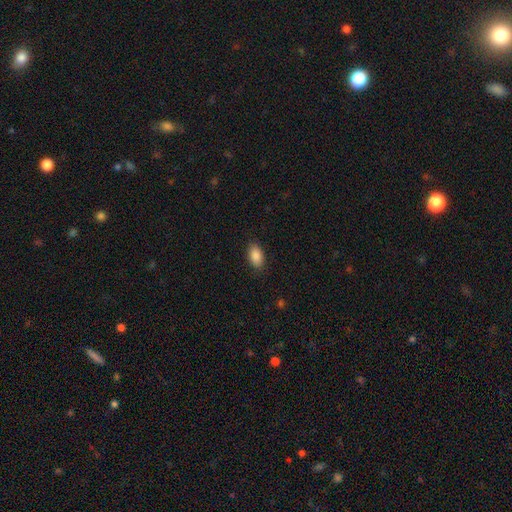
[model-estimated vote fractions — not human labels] The model was most divided on "merging": none: 87%, minor disturbance: 9%, major disturbance: 2%, merger: 1%. More confident: how rounded — in between (93%); smooth or featured — smooth (89%).